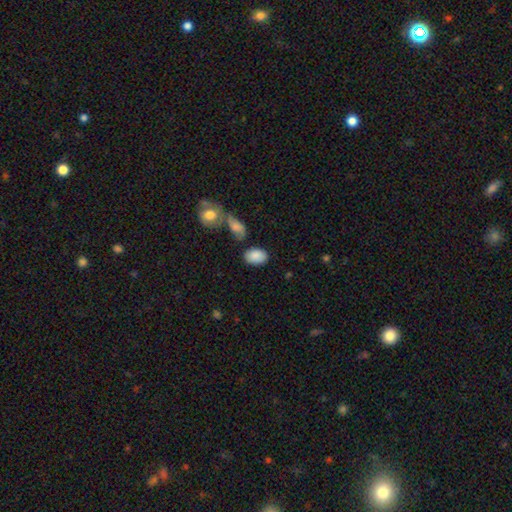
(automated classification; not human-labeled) smooth_or_featured: smooth (p=0.86) [alt: featured or disk p=0.07]
how_rounded: in between (p=0.88) [alt: round p=0.11]
merging: none (p=0.74) [alt: minor disturbance p=0.14]